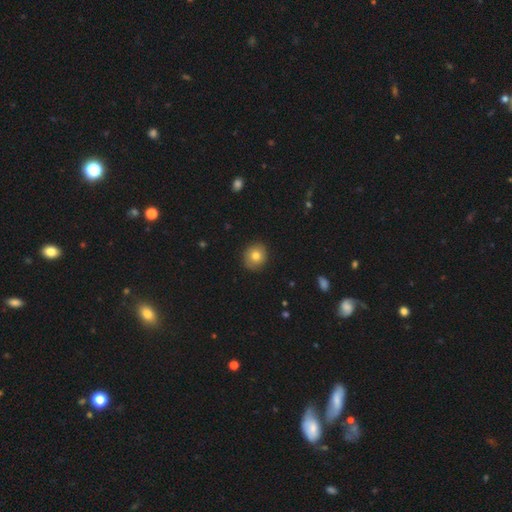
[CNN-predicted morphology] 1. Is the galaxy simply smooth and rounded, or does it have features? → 78% smooth, 12% featured or disk, 10% star or artifact.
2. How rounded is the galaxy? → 86% round, 13% in between, 1% cigar-shaped.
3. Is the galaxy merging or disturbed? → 89% none, 8% minor disturbance, 2% major disturbance, 1% merger.